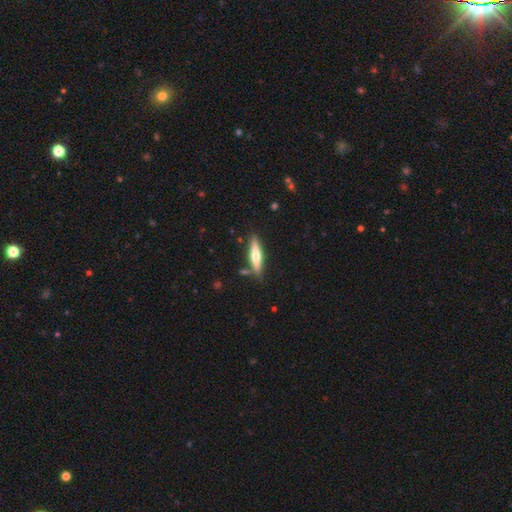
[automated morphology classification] featured or disk 48%, smooth 46%, star or artifact 6%. Down the decision tree: merging — none (84%).